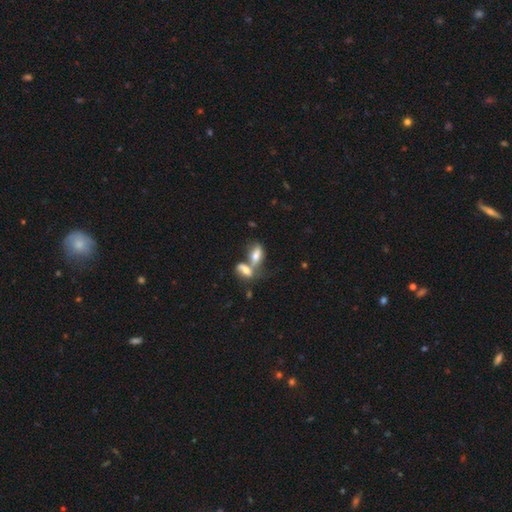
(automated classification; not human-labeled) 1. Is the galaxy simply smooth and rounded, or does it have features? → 67% smooth, 23% featured or disk, 10% star or artifact.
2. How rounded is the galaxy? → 82% in between, 12% cigar-shaped, 6% round.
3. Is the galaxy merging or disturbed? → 64% merger, 23% none, 8% minor disturbance, 5% major disturbance.